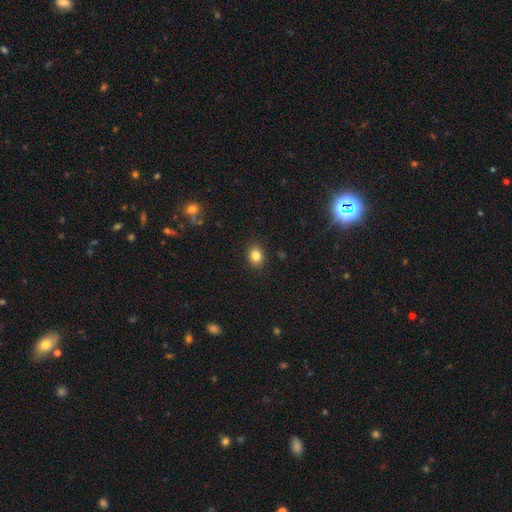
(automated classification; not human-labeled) Q: Smooth or featured?
A: smooth (83%); runner-up: star or artifact (11%)
Q: How rounded?
A: round (53%); runner-up: in between (46%)
Q: Merging?
A: none (89%); runner-up: minor disturbance (8%)